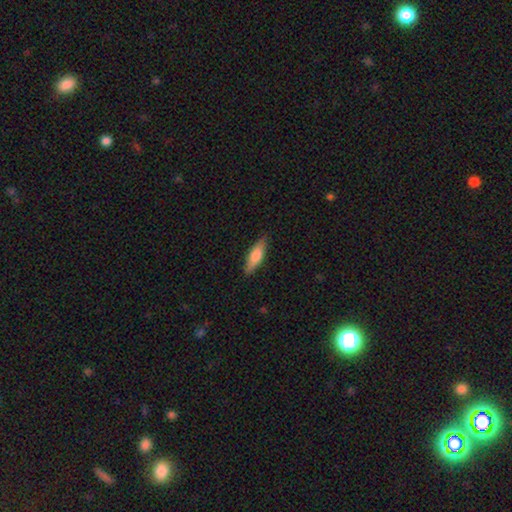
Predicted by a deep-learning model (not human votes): smooth-or-featured: smooth: 72% | featured or disk: 22% | star or artifact: 6%
  how-rounded: cigar-shaped: 54% | in between: 44% | round: 2%
  merging: none: 85% | minor disturbance: 12% | major disturbance: 2% | merger: 1%